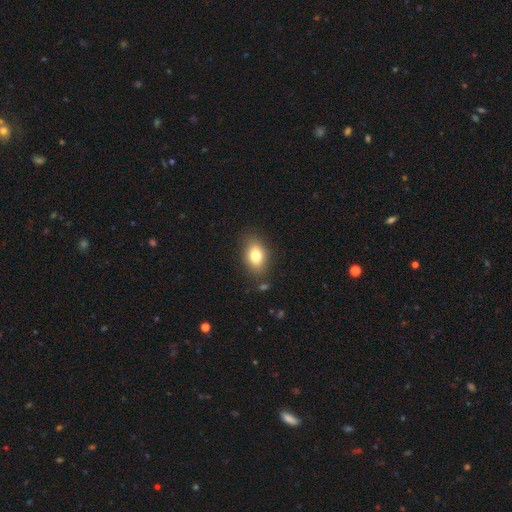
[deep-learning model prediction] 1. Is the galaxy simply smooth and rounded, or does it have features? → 79% smooth, 12% featured or disk, 9% star or artifact.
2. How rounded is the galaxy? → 84% in between, 14% round, 2% cigar-shaped.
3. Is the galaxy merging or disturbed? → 82% none, 12% minor disturbance, 3% major disturbance, 3% merger.